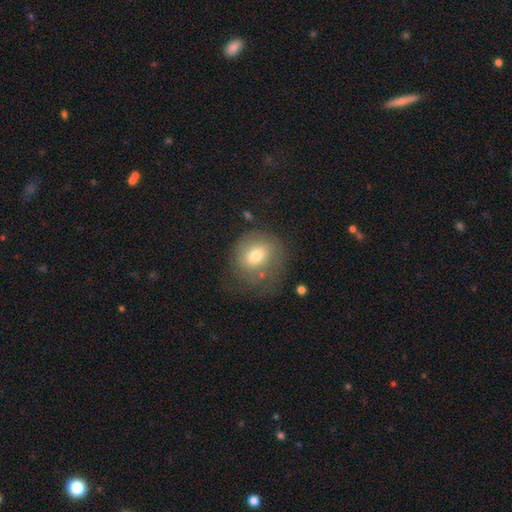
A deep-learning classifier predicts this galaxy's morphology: smooth-or-featured: smooth: 66% | featured or disk: 24% | star or artifact: 10%
  how-rounded: round: 72% | in between: 27% | cigar-shaped: 1%
  merging: none: 49% | minor disturbance: 25% | major disturbance: 23% | merger: 4%